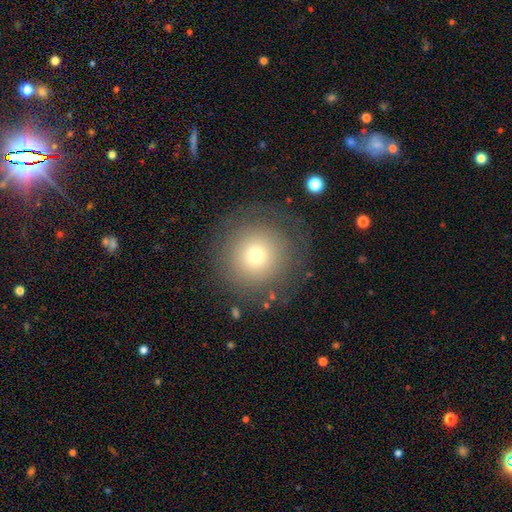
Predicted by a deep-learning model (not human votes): smooth 65%, featured or disk 22%, star or artifact 13%. Down the decision tree: how rounded — round (95%); merging — none (77%).